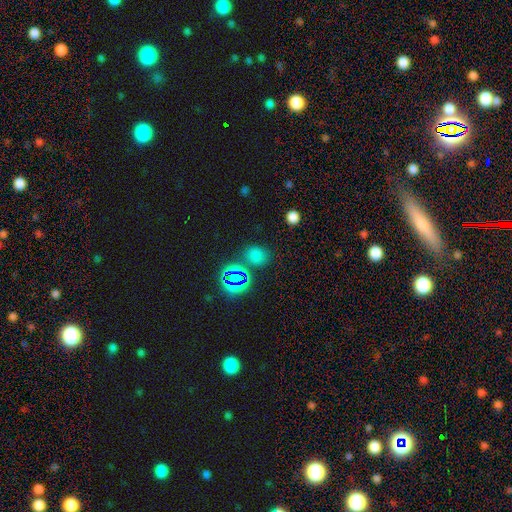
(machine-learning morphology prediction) A smooth galaxy with no disk features (62%) that is round (60%). Merging: none (75%).